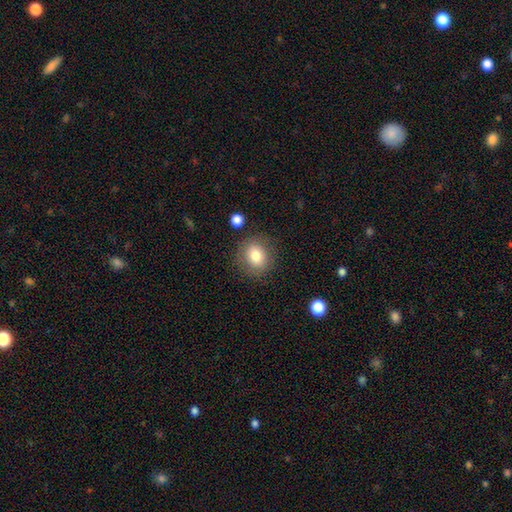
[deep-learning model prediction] This appears to be a smooth galaxy with no disk features (80%) that is round (73%). Merging: none (83%).